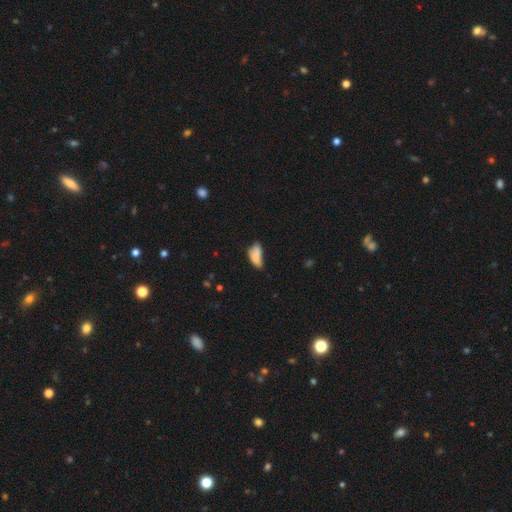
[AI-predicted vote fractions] smooth 75%, featured or disk 15%, star or artifact 9%. Down the decision tree: how rounded — in between (86%); merging — minor disturbance (35%).